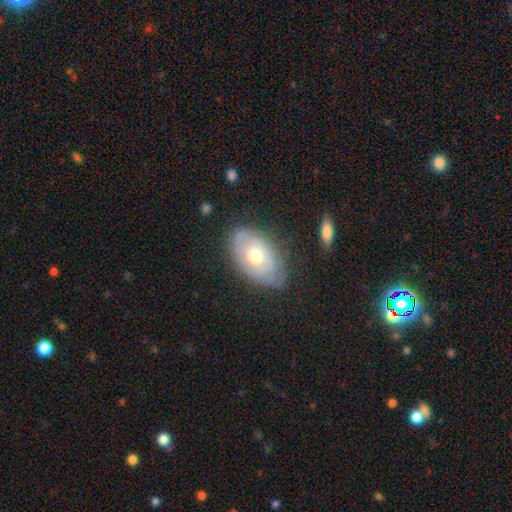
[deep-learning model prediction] Smooth or featured?
  - featured or disk: 56% *
  - smooth: 38%
  - star or artifact: 6%
Edge-on disk?
  - no: 91% *
  - yes: 9%
Bar?
  - no: 86% *
  - weak: 12%
  - strong: 2%
Spiral arms?
  - no: 54% *
  - yes: 46%
Bulge size?
  - moderate: 75% *
  - small: 16%
  - large: 7%
  - dominant: 1%
  - none: 1%
Merging?
  - none: 69% *
  - minor disturbance: 23%
  - major disturbance: 6%
  - merger: 2%